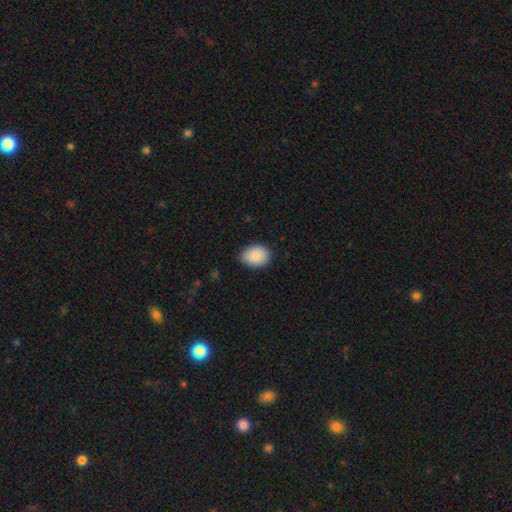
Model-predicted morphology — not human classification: This appears to be a smooth galaxy with no disk features (90%) that is in between round and cigar-shaped (75%). Merging: none (82%).